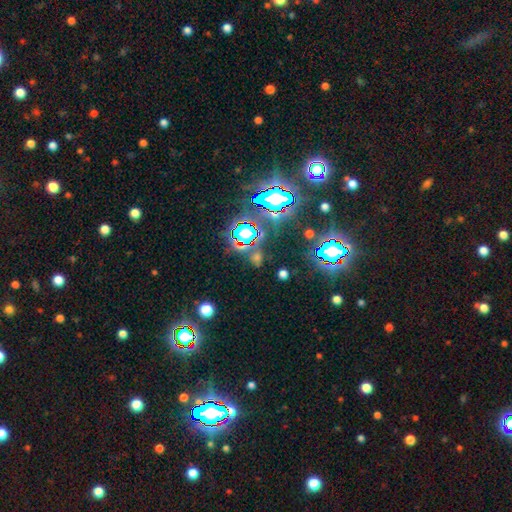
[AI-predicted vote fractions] Smooth or featured: star or artifact — 73% (smooth — 17%)